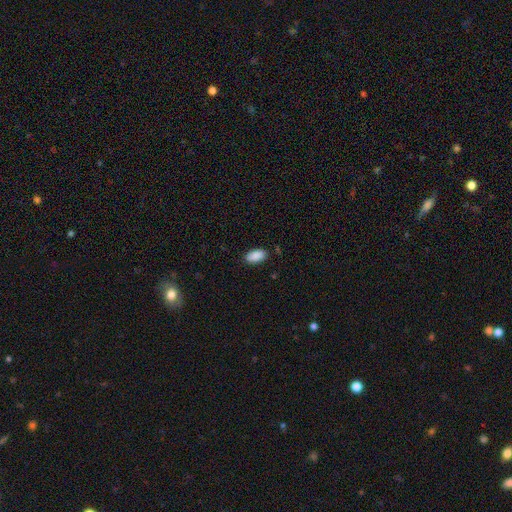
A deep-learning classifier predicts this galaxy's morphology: Smooth or featured?
  - smooth: 90% *
  - star or artifact: 7%
  - featured or disk: 3%
How rounded?
  - in between: 94% *
  - round: 3%
  - cigar-shaped: 3%
Merging?
  - none: 87% *
  - minor disturbance: 10%
  - major disturbance: 2%
  - merger: 1%